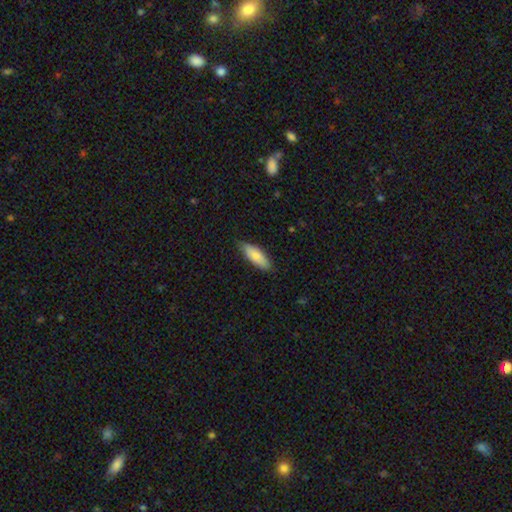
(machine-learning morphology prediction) Smooth or featured: smooth — 80% (featured or disk — 15%)
How rounded: in between — 63% (cigar-shaped — 35%)
Merging: none — 79% (minor disturbance — 17%)